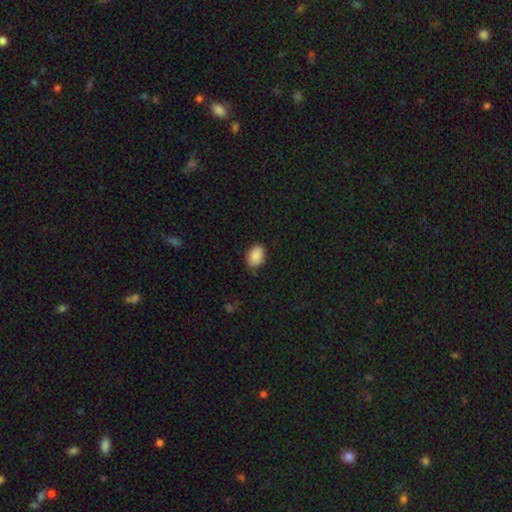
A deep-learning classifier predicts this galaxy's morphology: Q: Smooth or featured?
A: smooth (89%); runner-up: star or artifact (7%)
Q: How rounded?
A: in between (82%); runner-up: round (17%)
Q: Merging?
A: none (80%); runner-up: minor disturbance (16%)